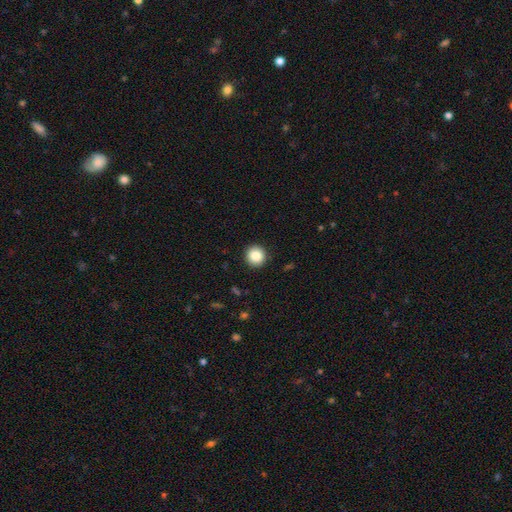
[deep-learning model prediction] smooth_or_featured: smooth (p=0.86) [alt: star or artifact p=0.09]
how_rounded: round (p=0.91) [alt: in between p=0.08]
merging: none (p=0.92) [alt: minor disturbance p=0.05]